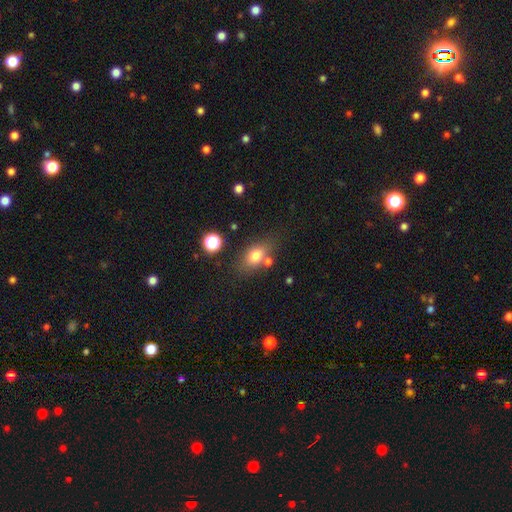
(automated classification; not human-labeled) The model was most divided on "merging": none: 66%, minor disturbance: 15%, merger: 14%, major disturbance: 5%. More confident: smooth or featured — smooth (75%); how rounded — in between (74%).